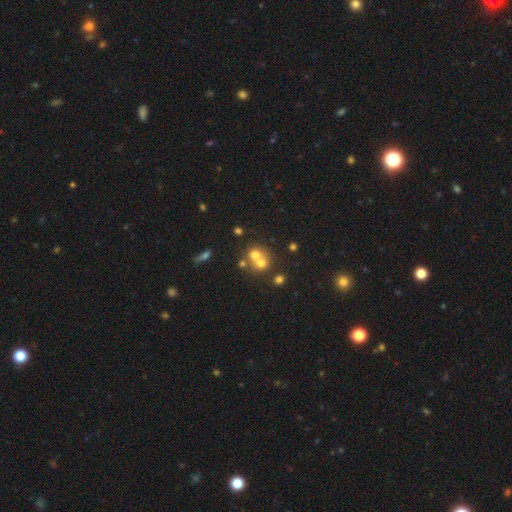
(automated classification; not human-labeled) Smooth or featured?
  - smooth: 63% *
  - featured or disk: 22%
  - star or artifact: 15%
How rounded?
  - round: 80% *
  - in between: 19%
  - cigar-shaped: 1%
Merging?
  - merger: 58% *
  - none: 33%
  - minor disturbance: 6%
  - major disturbance: 3%